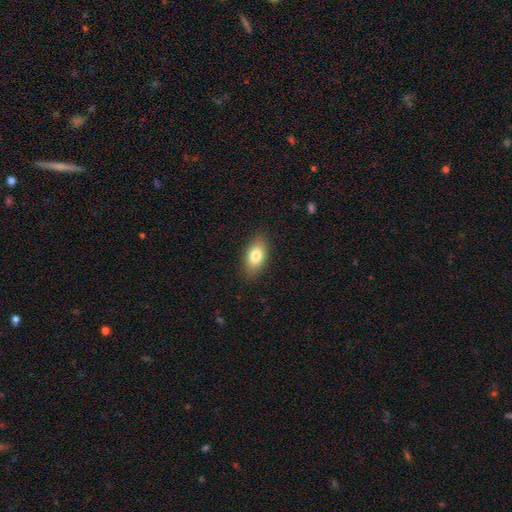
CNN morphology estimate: Overall: smooth (80%). How rounded: in between (89%). Merging: none (87%).